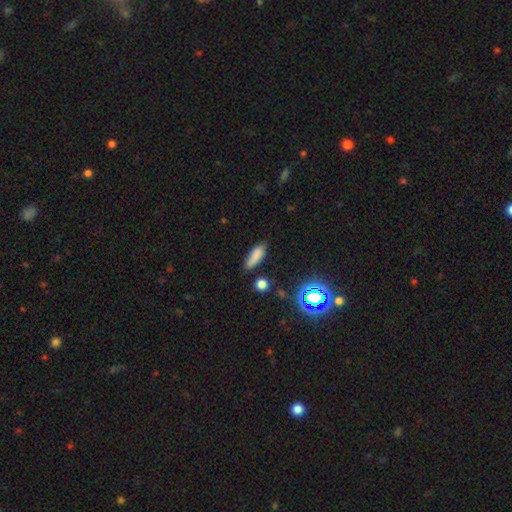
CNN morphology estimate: smooth_or_featured: smooth (p=0.79) [alt: star or artifact p=0.13]
how_rounded: in between (p=0.53) [alt: cigar-shaped p=0.43]
merging: none (p=0.76) [alt: minor disturbance p=0.17]